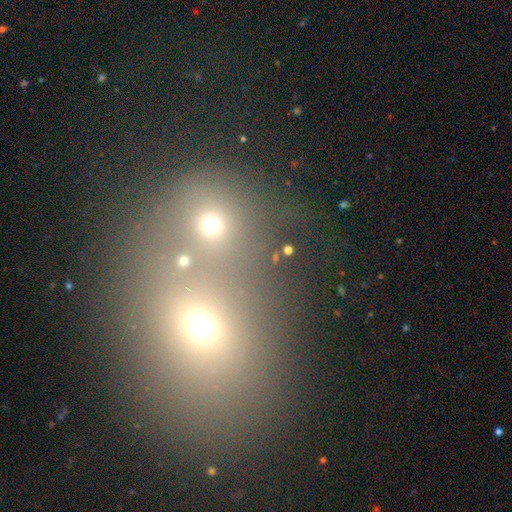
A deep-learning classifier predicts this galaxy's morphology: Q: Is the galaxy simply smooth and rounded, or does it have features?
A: smooth — 57%.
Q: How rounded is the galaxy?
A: round — 60%.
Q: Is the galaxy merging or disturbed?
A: merger — 60%.